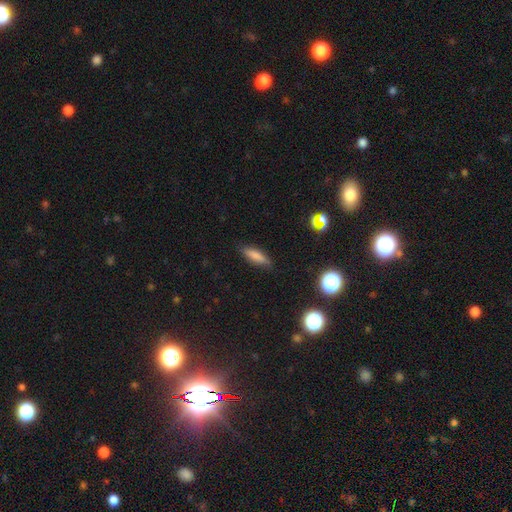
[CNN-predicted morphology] smooth-or-featured: smooth: 74% | featured or disk: 17% | star or artifact: 10%
  how-rounded: cigar-shaped: 63% | in between: 35% | round: 2%
  merging: none: 84% | minor disturbance: 13% | major disturbance: 3% | merger: 1%